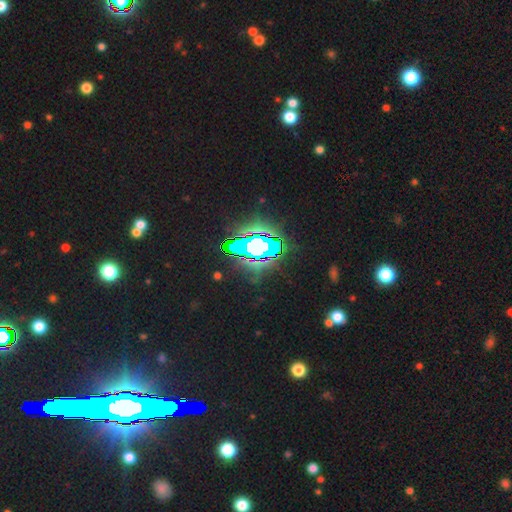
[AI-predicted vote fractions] Smooth or featured?
  - star or artifact: 82% *
  - smooth: 9%
  - featured or disk: 9%